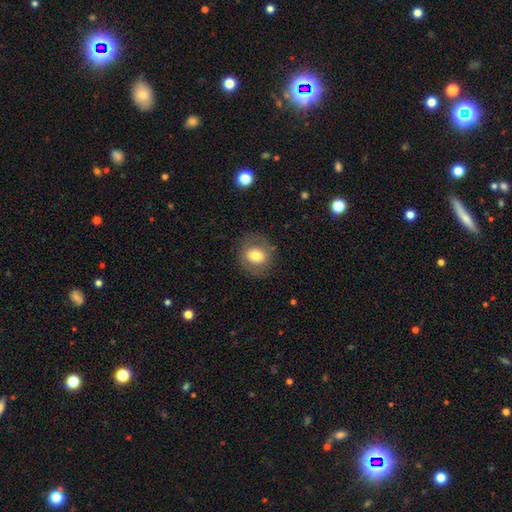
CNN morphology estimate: Smooth or featured: smooth — 71% (featured or disk — 20%)
How rounded: round — 65% (in between — 34%)
Merging: none — 82% (minor disturbance — 12%)